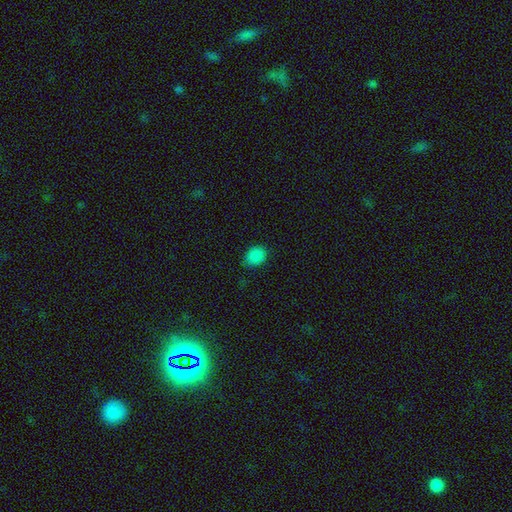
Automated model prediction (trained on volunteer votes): Overall: smooth (85%). How rounded: in between (63%; round 35%). Merging: none (78%).